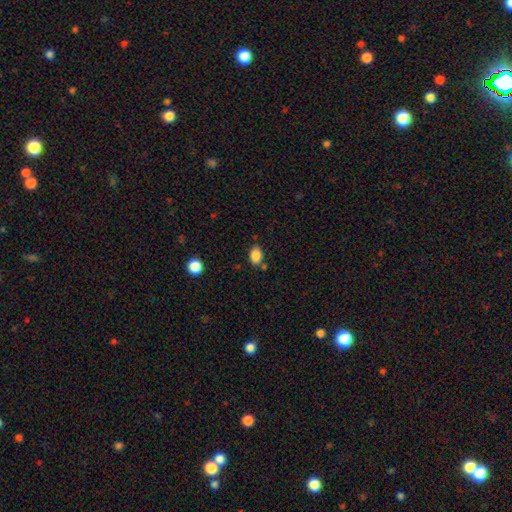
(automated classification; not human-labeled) A smooth galaxy with no disk features (86%) that is in between round and cigar-shaped (81%).

Vote fractions:
- Smooth or featured? smooth: 86% / star or artifact: 9% / featured or disk: 4%
- How rounded? in between: 81% / round: 17% / cigar-shaped: 1%
- Merging? none: 77% / minor disturbance: 13% / merger: 7% / major disturbance: 3%